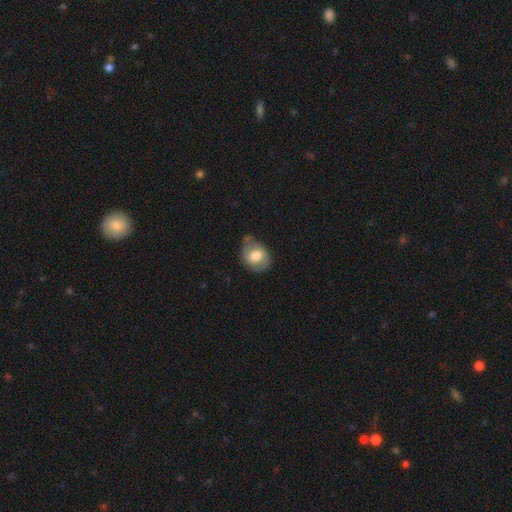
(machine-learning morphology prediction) The model was most divided on "how rounded": in between: 53%, round: 46%, cigar-shaped: 1%. More confident: smooth or featured — smooth (63%); merging — none (53%).